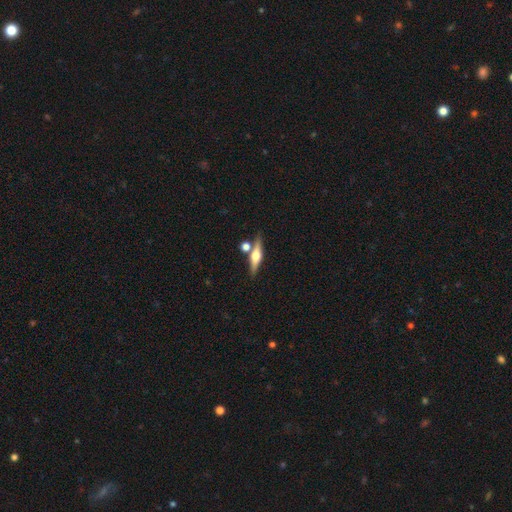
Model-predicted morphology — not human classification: Overall: featured or disk (66%; smooth 27%). Edge-on disk: yes (96%). Edge-on bulge: rounded (93%). Merging: none (73%).